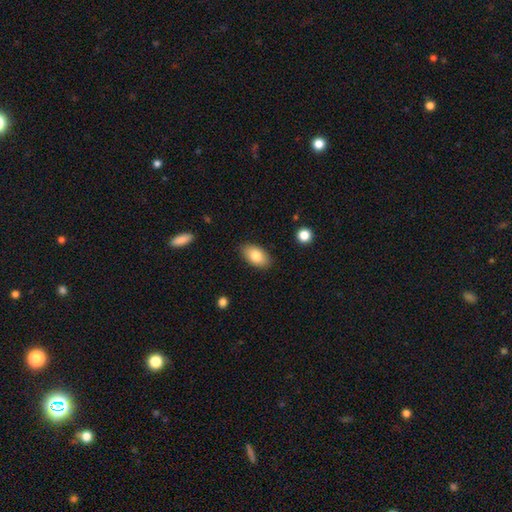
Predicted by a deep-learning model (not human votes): Q: Smooth or featured?
A: smooth (81%); runner-up: featured or disk (12%)
Q: How rounded?
A: in between (93%); runner-up: round (5%)
Q: Merging?
A: none (86%); runner-up: minor disturbance (10%)